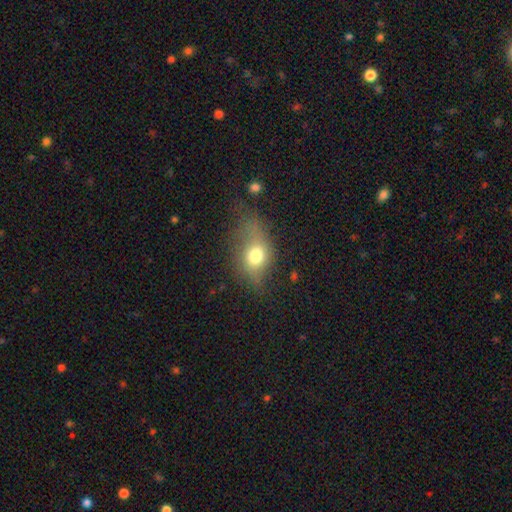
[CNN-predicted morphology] Smooth or featured? Predicted: smooth (p=0.68). How rounded? Predicted: in between (p=0.64). Merging? Predicted: none (p=0.38).